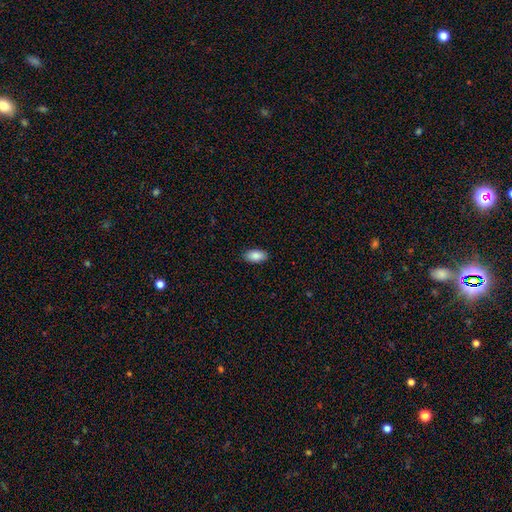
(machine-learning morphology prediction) type=smooth (86%); roundness=in between (94%); merging=none (89%).